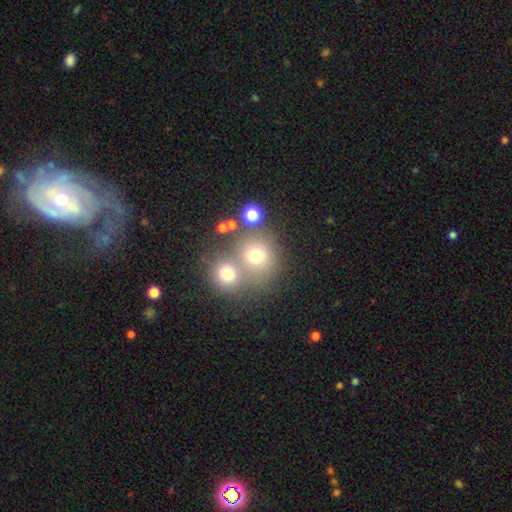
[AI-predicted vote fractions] smooth 71%, star or artifact 17%, featured or disk 13%. Down the decision tree: how rounded — round (85%); merging — none (47%).